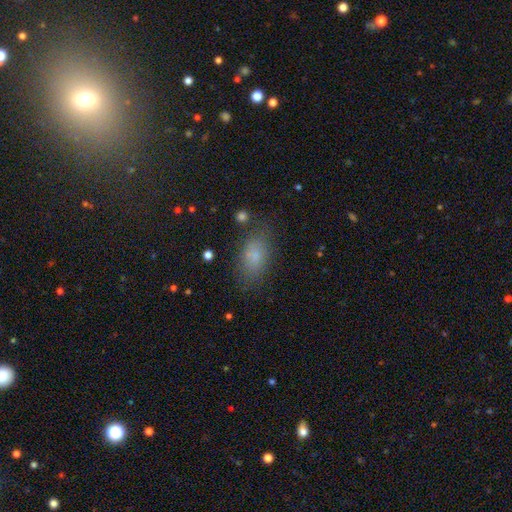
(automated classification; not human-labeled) A smooth galaxy with no disk features (73%) that is in between round and cigar-shaped (87%).

Vote fractions:
- Smooth or featured? smooth: 73% / star or artifact: 16% / featured or disk: 11%
- How rounded? in between: 87% / round: 9% / cigar-shaped: 4%
- Merging? none: 76% / minor disturbance: 15% / major disturbance: 6% / merger: 3%